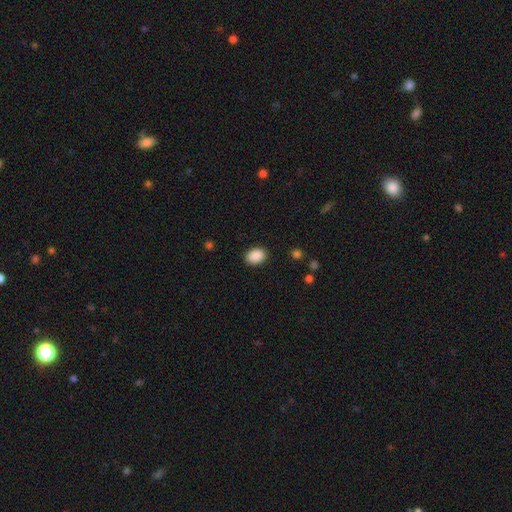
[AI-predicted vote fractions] Smooth or featured? Predicted: smooth (p=0.90). How rounded? Predicted: in between (p=0.76). Merging? Predicted: none (p=0.88).